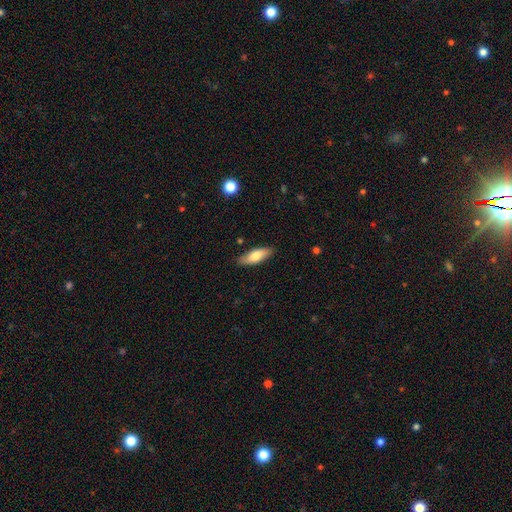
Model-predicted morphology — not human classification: smooth-or-featured: smooth: 72% | featured or disk: 22% | star or artifact: 6%
  how-rounded: in between: 62% | cigar-shaped: 36% | round: 2%
  merging: none: 86% | minor disturbance: 11% | major disturbance: 2% | merger: 1%